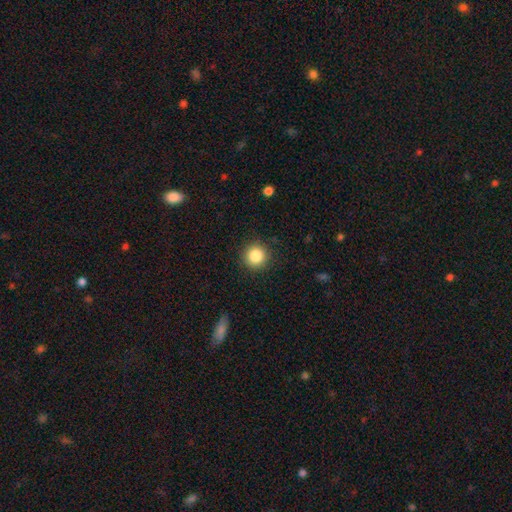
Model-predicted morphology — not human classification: This is clearly a smooth galaxy (86%). How rounded: clearly round (94%). Merging: clearly none (90%).